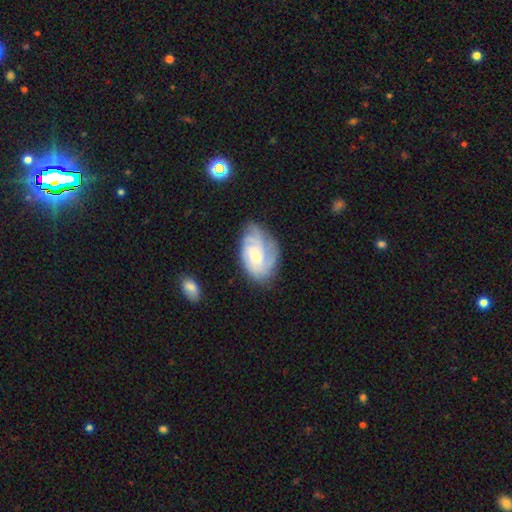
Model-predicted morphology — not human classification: The model was most divided on "bulge size": moderate: 45%, small: 42%, large: 7%, none: 4%, dominant: 1%. Remaining: edge-on disk — no (97%); spiral arms — yes (93%); smooth or featured — featured or disk (74%); bar — no (67%); merging — none (65%); spiral winding — tight (59%); spiral arm count — can't tell (36%).